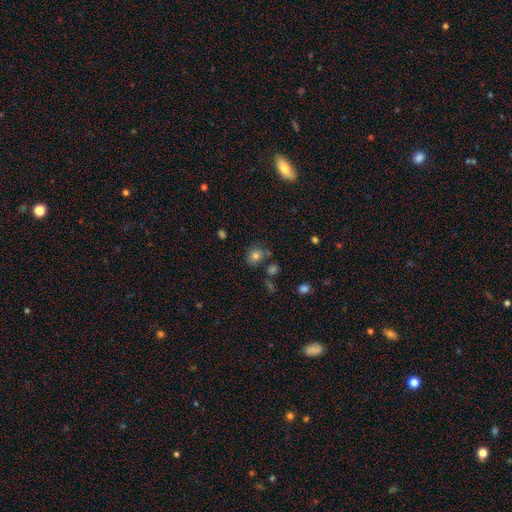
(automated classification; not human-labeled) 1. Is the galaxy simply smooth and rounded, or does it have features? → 78% smooth, 13% star or artifact, 9% featured or disk.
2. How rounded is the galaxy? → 63% round, 36% in between, 1% cigar-shaped.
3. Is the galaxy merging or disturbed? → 71% none, 16% minor disturbance, 9% merger, 5% major disturbance.